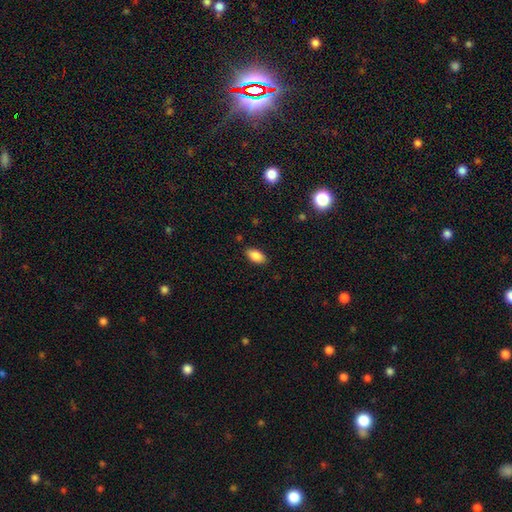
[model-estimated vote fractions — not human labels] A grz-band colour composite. It shows a smooth galaxy with no disk features (88%) that is in between round and cigar-shaped (93%). Merging: none (87%).